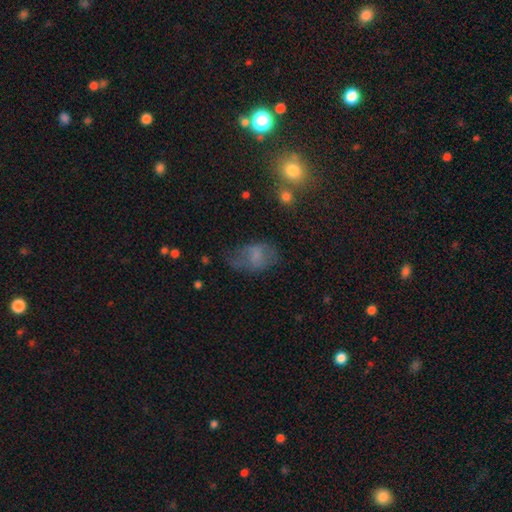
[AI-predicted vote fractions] Overall: smooth (61%; featured or disk 25%). How rounded: in between (84%). Merging: none (47%; minor disturbance 27%).